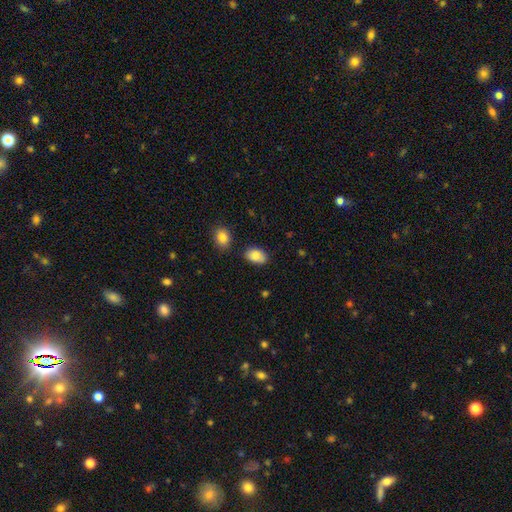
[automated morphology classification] Smooth or featured: smooth — 86% (star or artifact — 7%)
How rounded: in between — 88% (round — 10%)
Merging: none — 78% (minor disturbance — 15%)